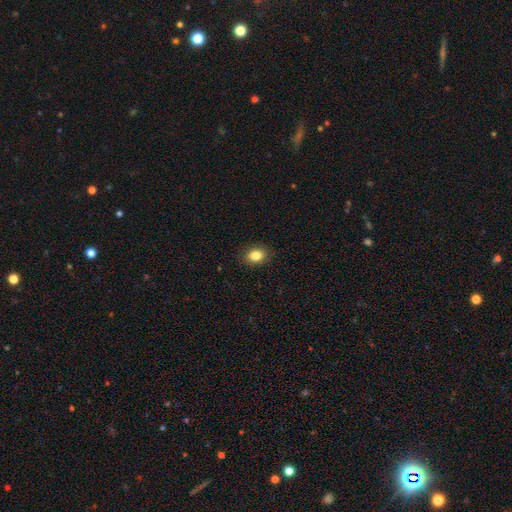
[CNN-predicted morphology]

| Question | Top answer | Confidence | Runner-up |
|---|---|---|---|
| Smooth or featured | smooth | 84% | star or artifact (10%) |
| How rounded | in between | 65% | round (34%) |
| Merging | none | 89% | minor disturbance (8%) |